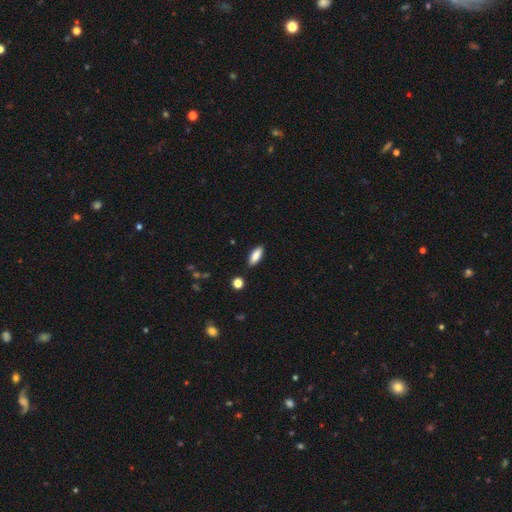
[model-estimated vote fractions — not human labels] Morphology: type=smooth (84%); roundness=in between (72%); merging=none (87%).